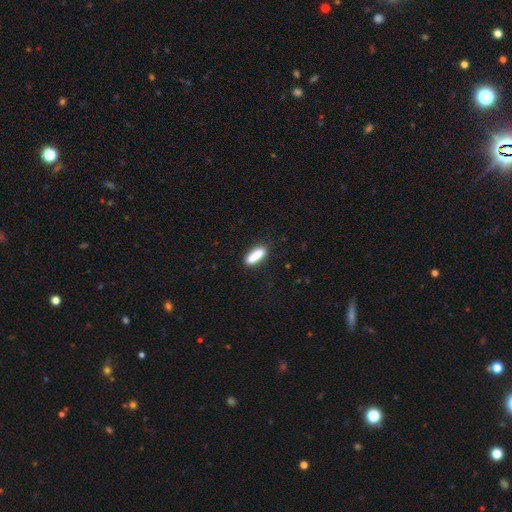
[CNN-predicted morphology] Smooth or featured? smooth (81%)
How rounded? cigar-shaped (58%)
Merging? none (74%)